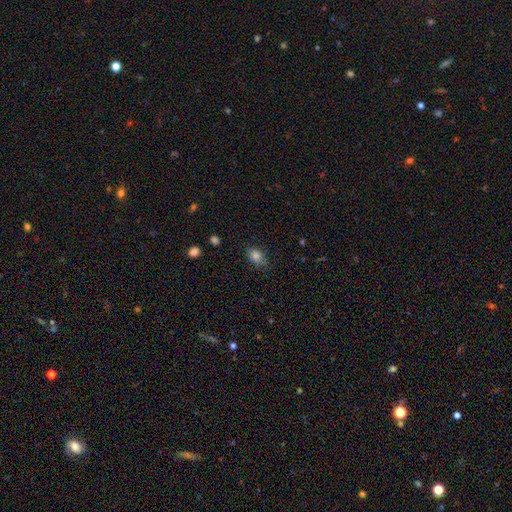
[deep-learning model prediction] smooth-or-featured: smooth: 82% | star or artifact: 11% | featured or disk: 7%
  how-rounded: in between: 76% | round: 22% | cigar-shaped: 2%
  merging: none: 71% | minor disturbance: 22% | major disturbance: 5% | merger: 1%